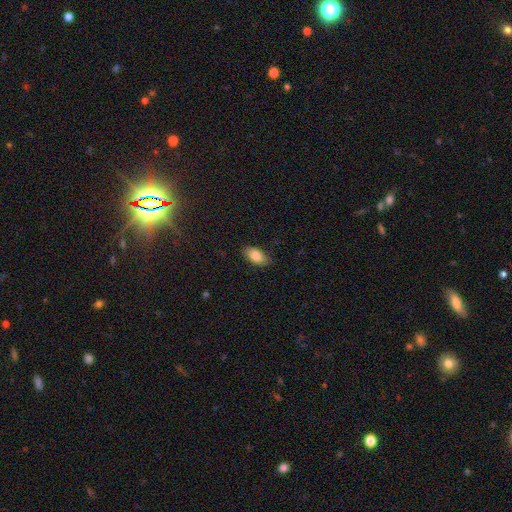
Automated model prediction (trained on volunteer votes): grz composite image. It shows a smooth galaxy with no disk features (86%) that is in between round and cigar-shaped (92%). Merging: none (80%).